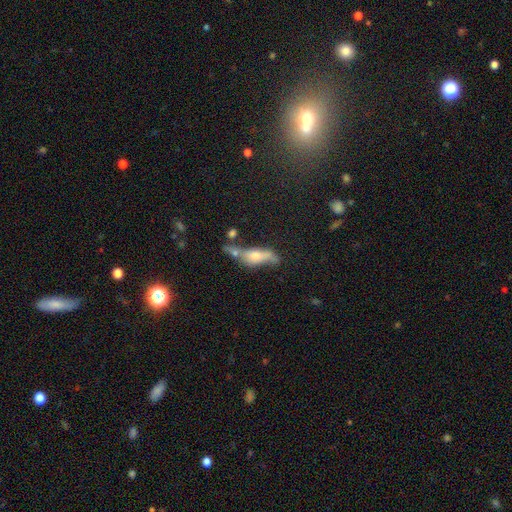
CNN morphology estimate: Overall: featured or disk (44%; smooth 42%). Merging: none (33%; merger 25%).